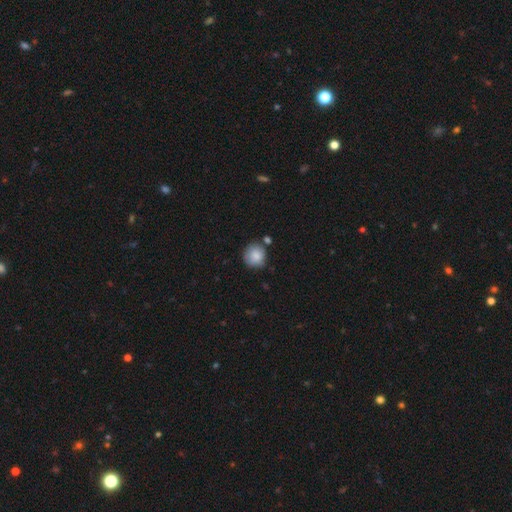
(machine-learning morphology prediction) A smooth galaxy with no disk features (85%) that is round (91%).

Vote fractions:
- Smooth or featured? smooth: 85% / star or artifact: 8% / featured or disk: 7%
- How rounded? round: 91% / in between: 8% / cigar-shaped: 1%
- Merging? none: 73% / minor disturbance: 15% / merger: 8% / major disturbance: 3%